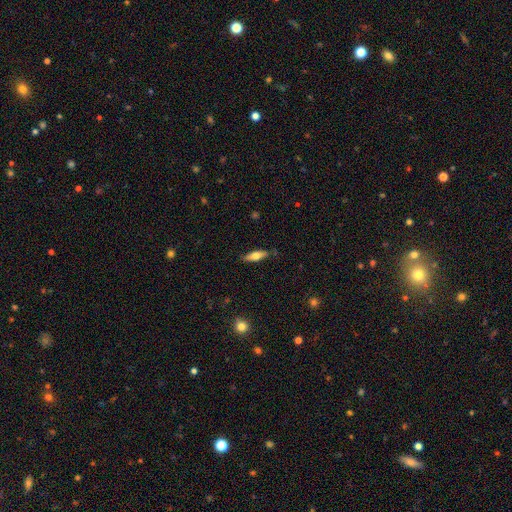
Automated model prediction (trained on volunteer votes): A smooth galaxy with no disk features (60%) that is cigar-shaped (50%). Merging: none (84%).